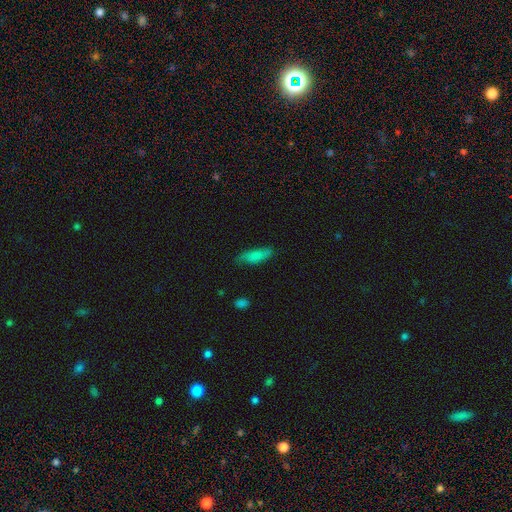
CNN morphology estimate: A smooth galaxy with no disk features (80%) that is in between round and cigar-shaped (55%).

Vote fractions:
- Smooth or featured? smooth: 80% / featured or disk: 13% / star or artifact: 7%
- How rounded? in between: 55% / cigar-shaped: 43% / round: 2%
- Merging? none: 72% / minor disturbance: 21% / major disturbance: 5% / merger: 2%